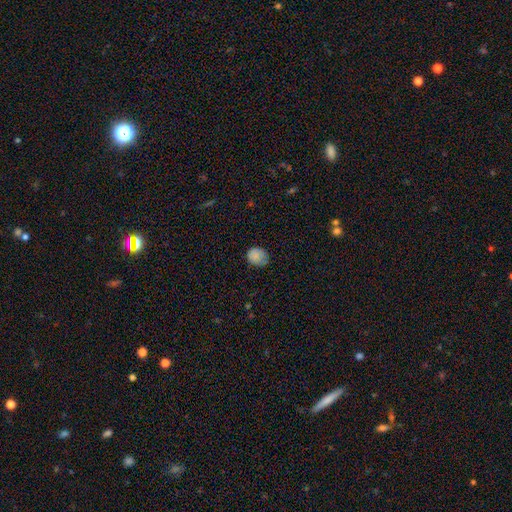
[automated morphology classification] Smooth or featured? smooth (84%)
How rounded? round (61%)
Merging? none (67%)